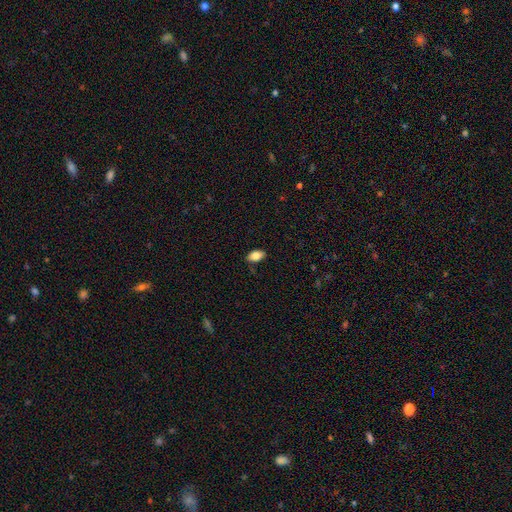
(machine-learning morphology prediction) Smooth or featured? smooth (83%)
How rounded? in between (92%)
Merging? none (84%)